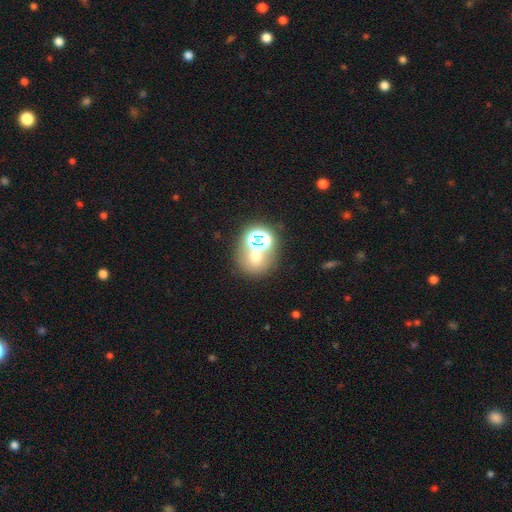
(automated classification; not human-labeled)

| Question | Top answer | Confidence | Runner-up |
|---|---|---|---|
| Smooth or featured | smooth | 54% | star or artifact (31%) |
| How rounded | round | 80% | in between (19%) |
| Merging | none | 52% | merger (35%) |